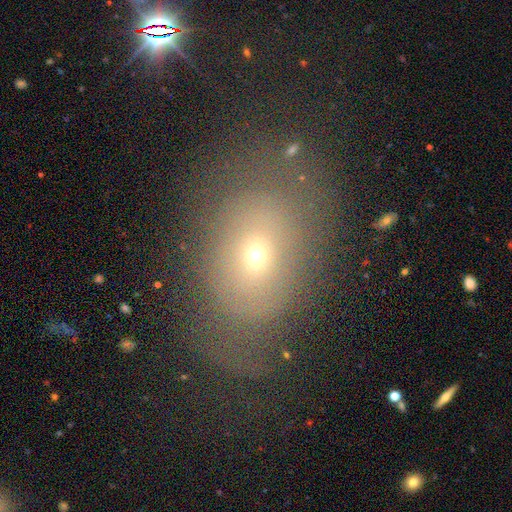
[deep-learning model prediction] This is possibly a smooth galaxy (51%). How rounded: likely in between (68%). Merging: likely none (64%).